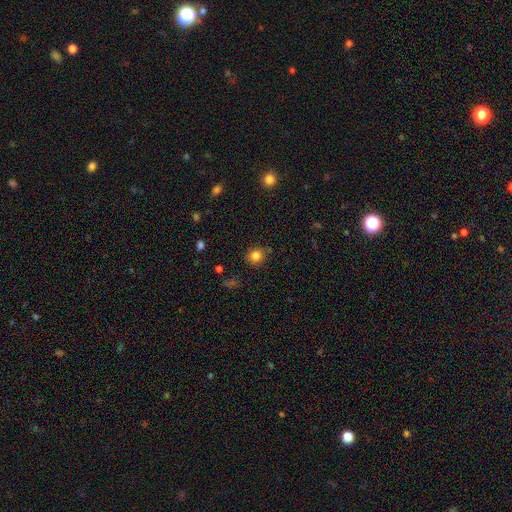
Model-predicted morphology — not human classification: The model was most divided on "how rounded": round: 82%, in between: 17%, cigar-shaped: 1%. More confident: smooth or featured — smooth (82%); merging — none (80%).